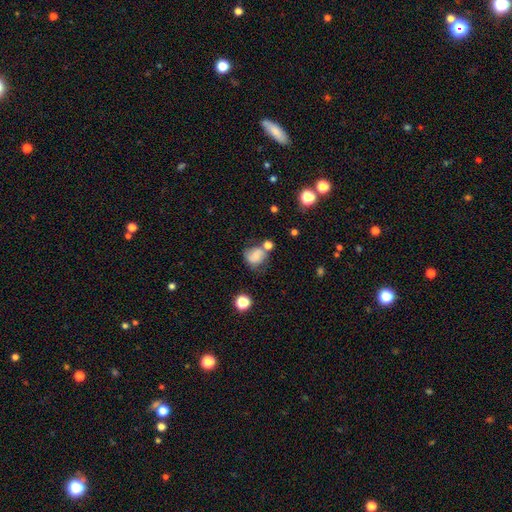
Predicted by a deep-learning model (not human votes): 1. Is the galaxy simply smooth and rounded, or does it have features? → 71% smooth, 17% featured or disk, 12% star or artifact.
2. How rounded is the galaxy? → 65% round, 34% in between, 1% cigar-shaped.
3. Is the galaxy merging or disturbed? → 45% none, 25% minor disturbance, 18% merger, 12% major disturbance.